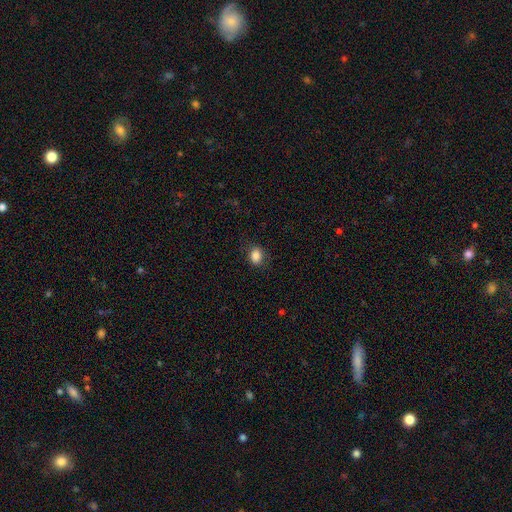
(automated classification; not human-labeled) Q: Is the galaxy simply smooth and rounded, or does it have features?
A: smooth — 86%.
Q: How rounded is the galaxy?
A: in between — 62%.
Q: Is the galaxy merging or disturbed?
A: none — 83%.